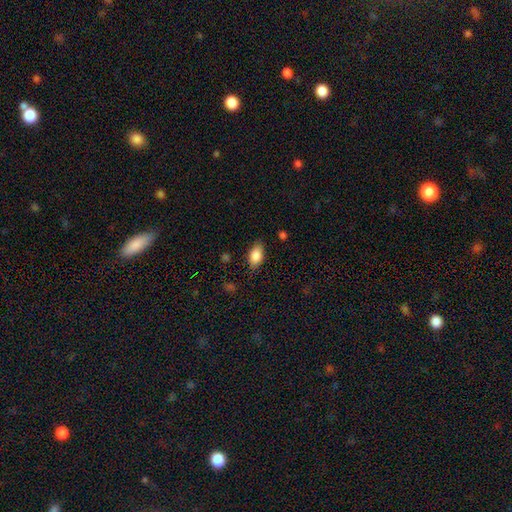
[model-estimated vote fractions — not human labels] smooth_or_featured: smooth (p=0.86) [alt: star or artifact p=0.07]
how_rounded: in between (p=0.90) [alt: round p=0.07]
merging: none (p=0.82) [alt: minor disturbance p=0.14]